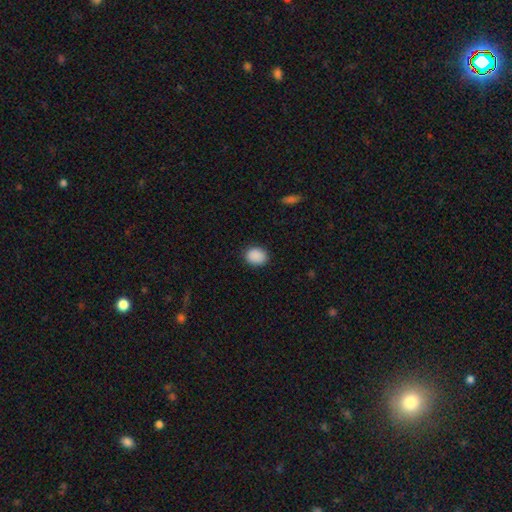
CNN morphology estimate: smooth-or-featured: smooth: 90% | star or artifact: 8% | featured or disk: 3%
  how-rounded: round: 50% | in between: 49% | cigar-shaped: 1%
  merging: none: 88% | minor disturbance: 8% | major disturbance: 2% | merger: 1%